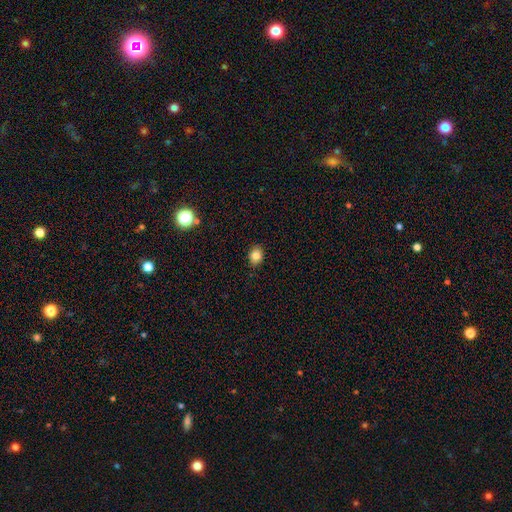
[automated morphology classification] This is clearly a smooth galaxy (83%). How rounded: likely in between (63%). Merging: clearly none (88%).